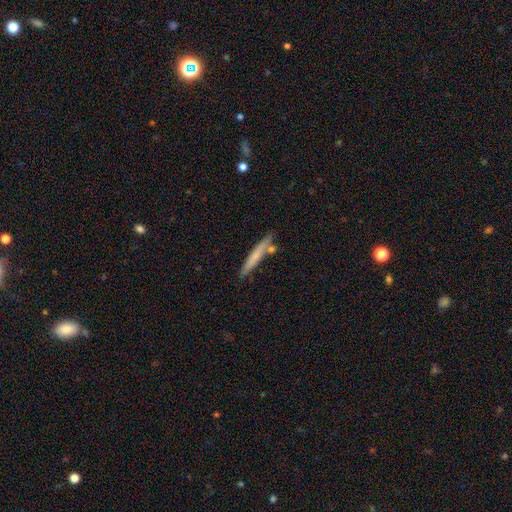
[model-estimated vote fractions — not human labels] A smooth galaxy with no disk features (62%) that is cigar-shaped (94%). Merging: none (79%).